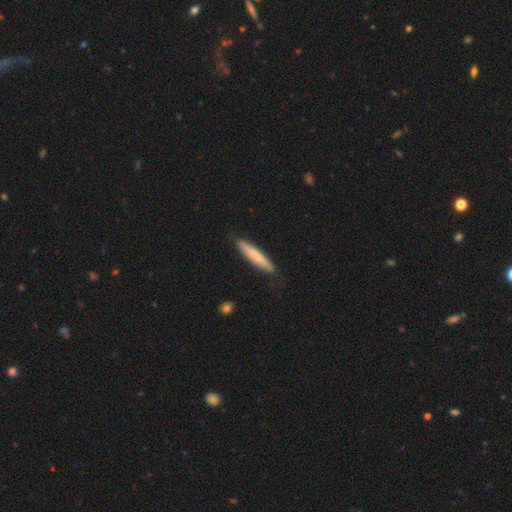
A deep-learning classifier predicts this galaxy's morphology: smooth_or_featured: smooth (p=0.74) [alt: featured or disk p=0.21]
how_rounded: cigar-shaped (p=0.91) [alt: in between p=0.08]
merging: none (p=0.84) [alt: minor disturbance p=0.13]